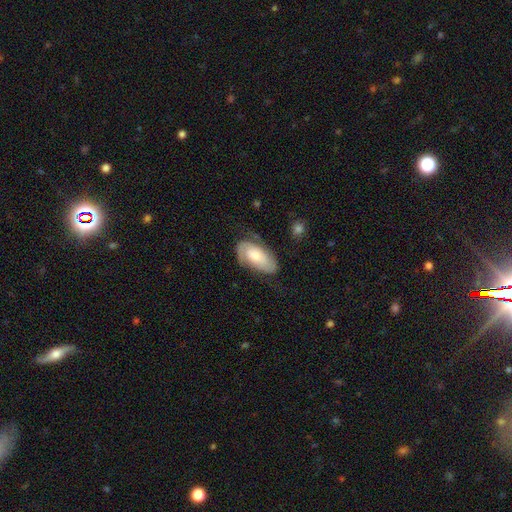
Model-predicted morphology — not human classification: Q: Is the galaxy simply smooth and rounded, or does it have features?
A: featured or disk — 54%.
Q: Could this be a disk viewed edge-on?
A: no — 94%.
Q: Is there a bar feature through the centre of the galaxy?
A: no — 71%.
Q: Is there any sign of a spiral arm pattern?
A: yes — 83%.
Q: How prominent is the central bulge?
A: moderate — 47%.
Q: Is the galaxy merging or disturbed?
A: none — 62%.